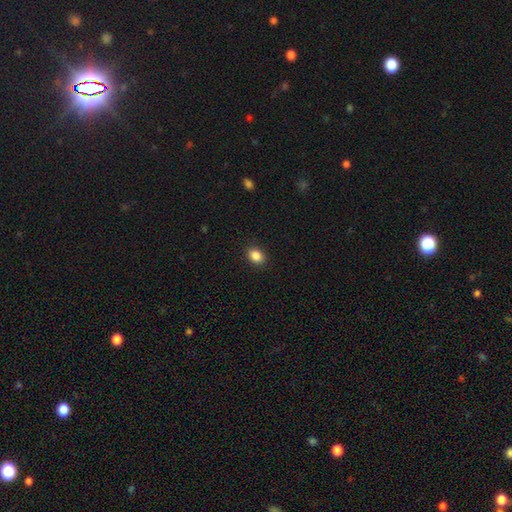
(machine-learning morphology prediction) A smooth galaxy with no disk features (86%) that is in between round and cigar-shaped (57%).

Vote fractions:
- Smooth or featured? smooth: 86% / star or artifact: 10% / featured or disk: 4%
- How rounded? in between: 57% / round: 42% / cigar-shaped: 1%
- Merging? none: 90% / minor disturbance: 7% / major disturbance: 2% / merger: 1%